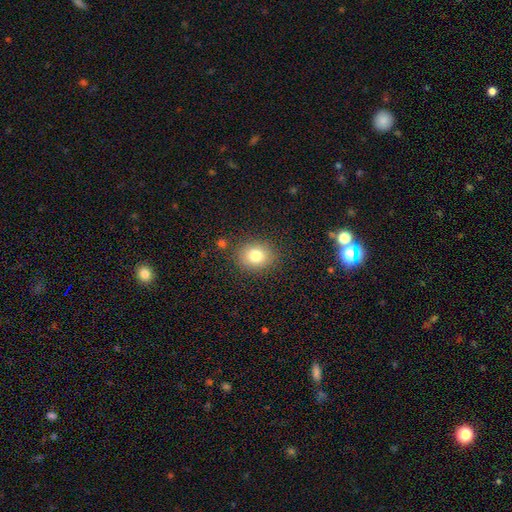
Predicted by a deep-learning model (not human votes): A smooth galaxy with no disk features (79%) that is round (61%). Merging: none (85%).